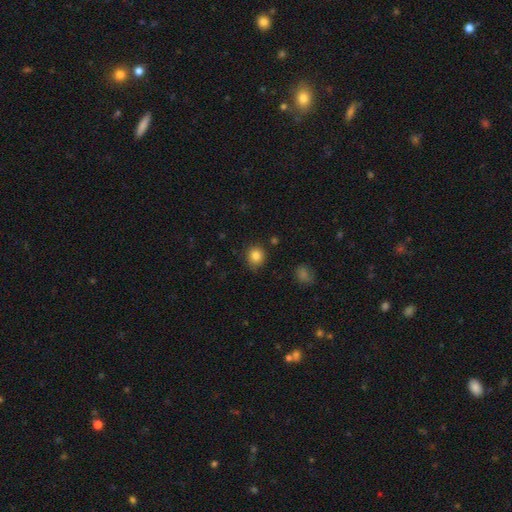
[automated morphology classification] Smooth or featured? Predicted: smooth (p=0.84). How rounded? Predicted: round (p=0.85). Merging? Predicted: none (p=0.84).